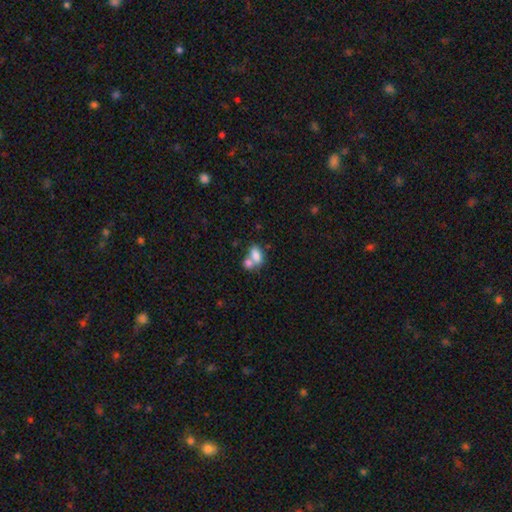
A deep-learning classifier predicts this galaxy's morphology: A smooth galaxy with no disk features (79%) that is in between round and cigar-shaped (87%).

Vote fractions:
- Smooth or featured? smooth: 79% / featured or disk: 12% / star or artifact: 9%
- How rounded? in between: 87% / round: 10% / cigar-shaped: 3%
- Merging? merger: 56% / none: 30% / minor disturbance: 9% / major disturbance: 4%